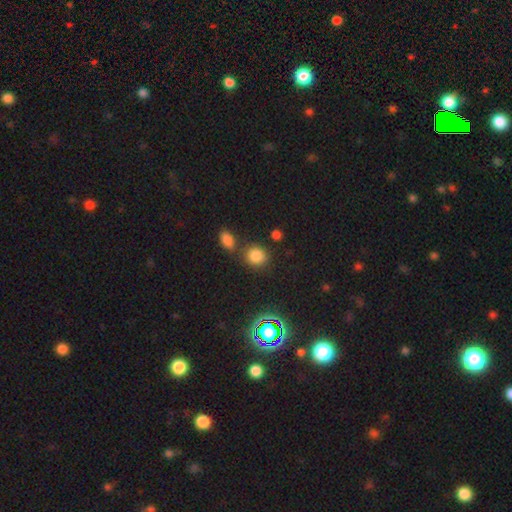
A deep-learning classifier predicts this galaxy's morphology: Q: Smooth or featured?
A: smooth (79%); runner-up: star or artifact (16%)
Q: How rounded?
A: round (74%); runner-up: in between (25%)
Q: Merging?
A: none (72%); runner-up: merger (12%)